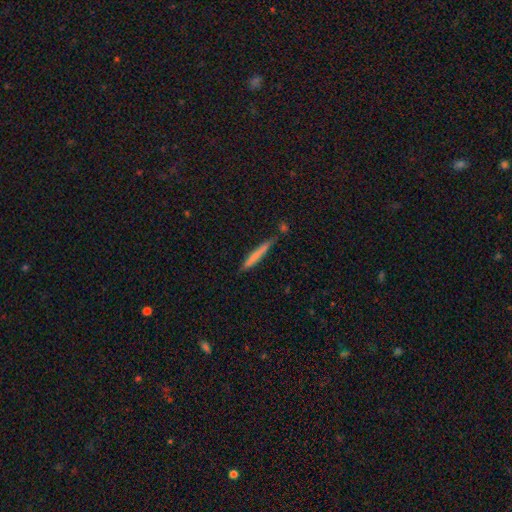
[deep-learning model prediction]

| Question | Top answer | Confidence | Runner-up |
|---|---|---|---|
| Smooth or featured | smooth | 69% | featured or disk (25%) |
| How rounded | cigar-shaped | 96% | in between (3%) |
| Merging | none | 76% | minor disturbance (16%) |